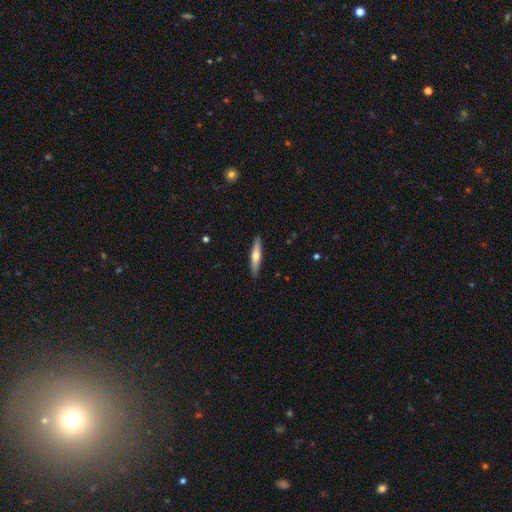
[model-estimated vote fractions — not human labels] smooth 49%, featured or disk 45%, star or artifact 6%. Down the decision tree: merging — none (91%).